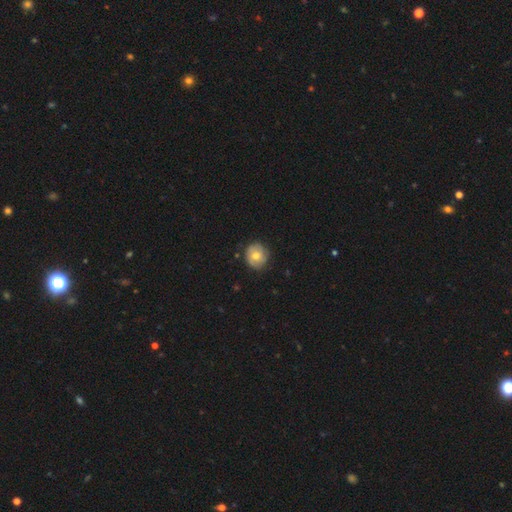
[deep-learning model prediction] smooth-or-featured: smooth: 57% | featured or disk: 36% | star or artifact: 8%
  how-rounded: round: 83% | in between: 16% | cigar-shaped: 1%
  merging: none: 77% | minor disturbance: 18% | major disturbance: 4% | merger: 1%